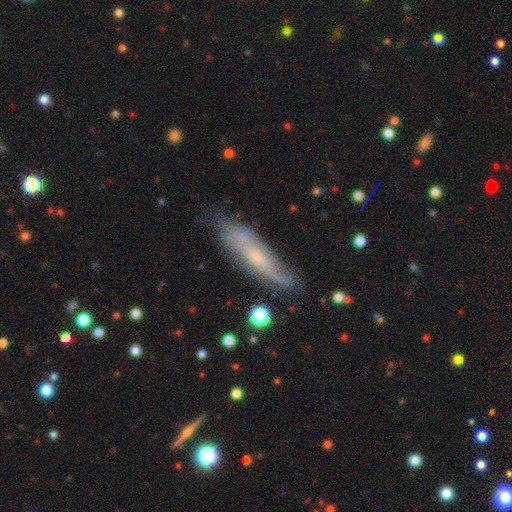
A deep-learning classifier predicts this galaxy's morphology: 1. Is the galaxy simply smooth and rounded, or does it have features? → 66% featured or disk, 27% smooth, 8% star or artifact.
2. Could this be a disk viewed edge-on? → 60% no, 40% yes.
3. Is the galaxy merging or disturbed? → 69% none, 22% minor disturbance, 7% major disturbance, 2% merger.